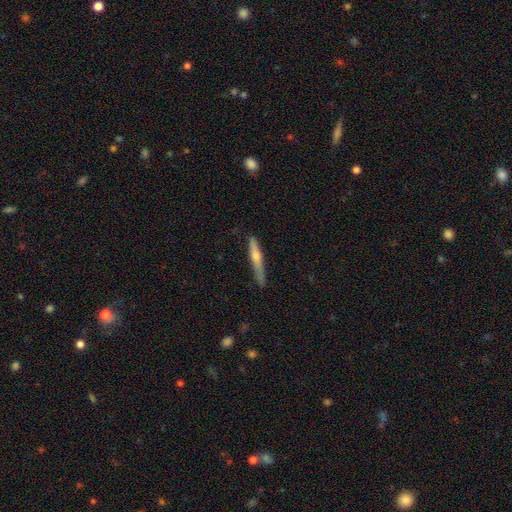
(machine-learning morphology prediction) Smooth or featured?
  - featured or disk: 61% *
  - smooth: 32%
  - star or artifact: 7%
Edge-on disk?
  - yes: 96% *
  - no: 4%
Edge-on bulge?
  - rounded: 82% *
  - none: 13%
  - boxy: 5%
Merging?
  - none: 84% *
  - minor disturbance: 12%
  - major disturbance: 2%
  - merger: 1%